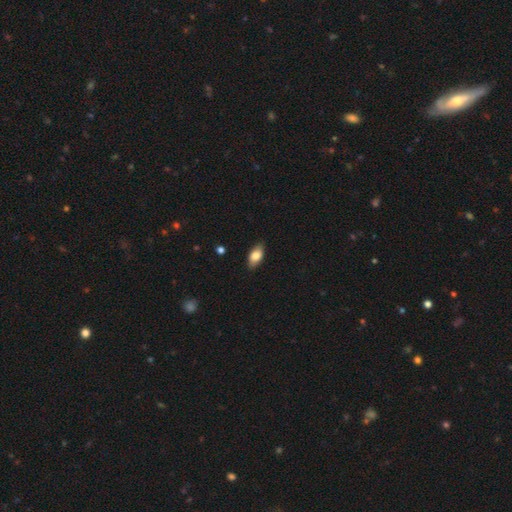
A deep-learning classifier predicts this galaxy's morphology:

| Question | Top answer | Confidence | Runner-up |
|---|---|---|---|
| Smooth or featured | smooth | 80% | featured or disk (13%) |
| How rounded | in between | 90% | cigar-shaped (5%) |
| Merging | none | 85% | minor disturbance (12%) |